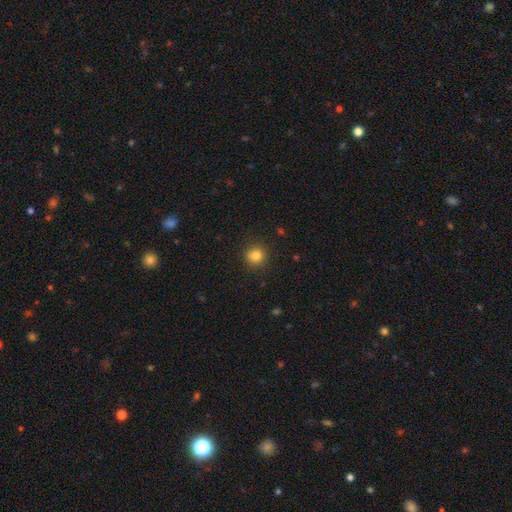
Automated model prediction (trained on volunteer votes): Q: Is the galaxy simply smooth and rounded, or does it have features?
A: smooth — 82%.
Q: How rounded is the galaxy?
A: round — 91%.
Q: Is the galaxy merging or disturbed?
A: none — 89%.